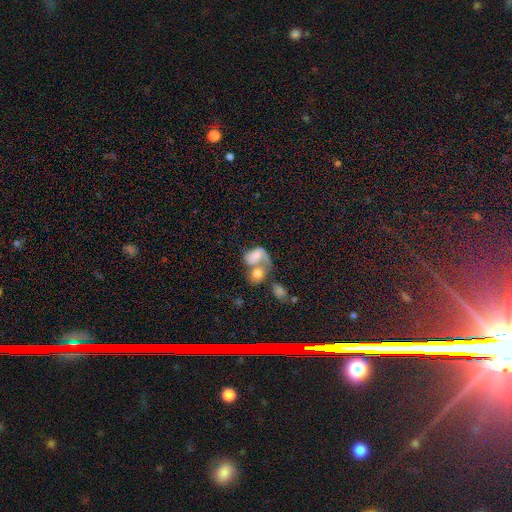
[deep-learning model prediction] Smooth or featured? Predicted: smooth (p=0.45, tied with featured or disk). Merging? Predicted: merger (p=0.64).